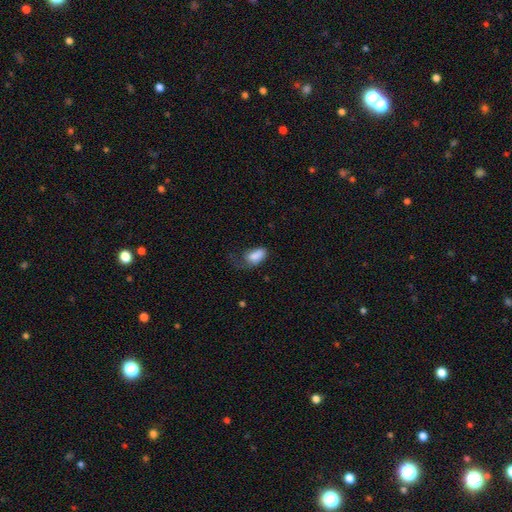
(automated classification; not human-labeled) smooth_or_featured: smooth (p=0.81) [alt: featured or disk p=0.12]
how_rounded: in between (p=0.92) [alt: round p=0.06]
merging: major disturbance (p=0.43) [alt: minor disturbance p=0.27]